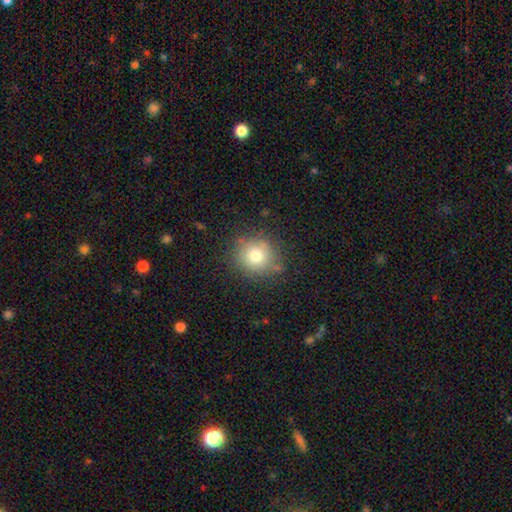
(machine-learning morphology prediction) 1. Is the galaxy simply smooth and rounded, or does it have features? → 75% smooth, 13% star or artifact, 11% featured or disk.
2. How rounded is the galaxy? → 91% round, 8% in between, 1% cigar-shaped.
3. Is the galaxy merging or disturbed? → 81% none, 13% minor disturbance, 4% major disturbance, 3% merger.